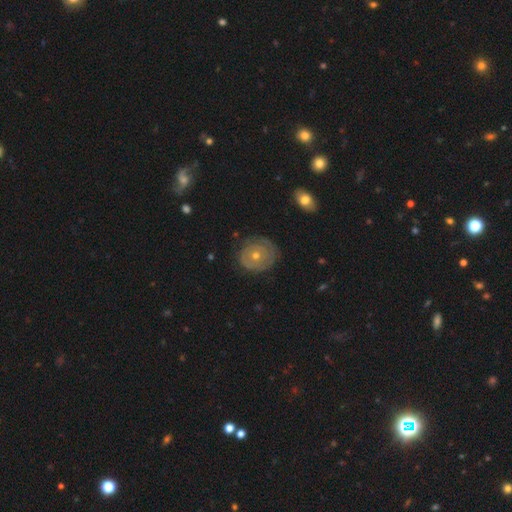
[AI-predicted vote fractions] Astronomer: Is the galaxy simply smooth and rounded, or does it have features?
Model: featured or disk — 58%.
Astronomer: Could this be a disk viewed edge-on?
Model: no — 96%.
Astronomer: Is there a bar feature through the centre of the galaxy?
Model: no — 89%.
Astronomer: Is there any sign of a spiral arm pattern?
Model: yes — 53% (runner-up: no, 47%).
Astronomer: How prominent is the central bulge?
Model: small — 51% (runner-up: moderate, 45%).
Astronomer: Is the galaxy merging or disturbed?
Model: none — 80%.